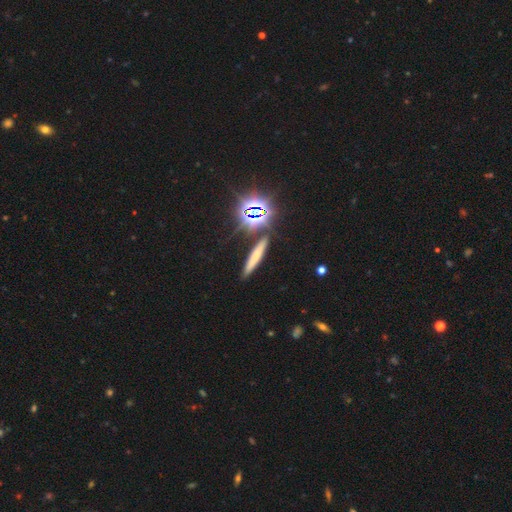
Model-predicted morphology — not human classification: smooth 55%, star or artifact 25%, featured or disk 20%. Down the decision tree: how rounded — cigar-shaped (84%); merging — none (85%).